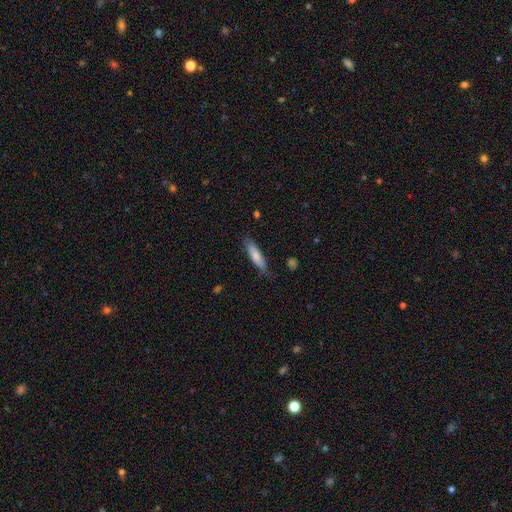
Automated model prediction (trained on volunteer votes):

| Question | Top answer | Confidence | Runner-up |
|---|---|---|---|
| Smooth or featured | smooth | 76% | featured or disk (18%) |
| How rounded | cigar-shaped | 63% | in between (35%) |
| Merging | none | 75% | minor disturbance (19%) |